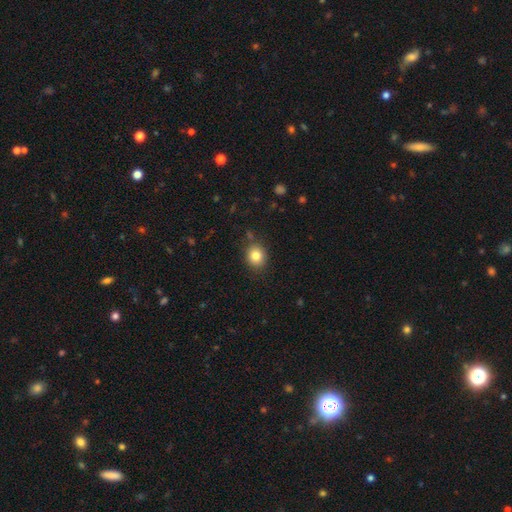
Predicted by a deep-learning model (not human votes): Smooth or featured? Predicted: smooth (p=0.83). How rounded? Predicted: round (p=0.72). Merging? Predicted: none (p=0.84).